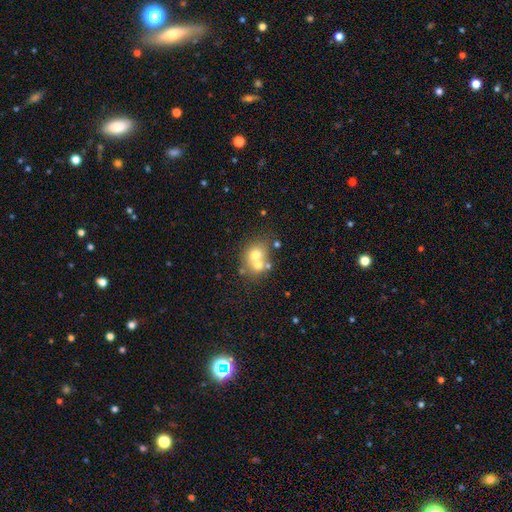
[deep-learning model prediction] Smooth or featured?
  - smooth: 63% *
  - featured or disk: 24%
  - star or artifact: 13%
How rounded?
  - round: 67% *
  - in between: 32%
  - cigar-shaped: 1%
Merging?
  - merger: 51% *
  - none: 36%
  - minor disturbance: 9%
  - major disturbance: 4%